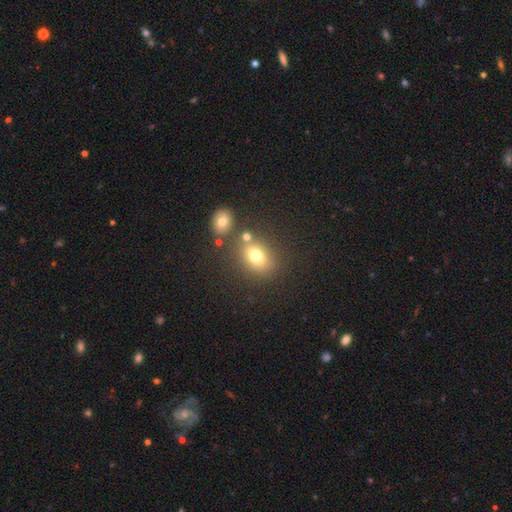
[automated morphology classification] The model was most divided on "how rounded": in between: 50%, round: 48%, cigar-shaped: 1%. More confident: smooth or featured — smooth (73%); merging — none (71%).